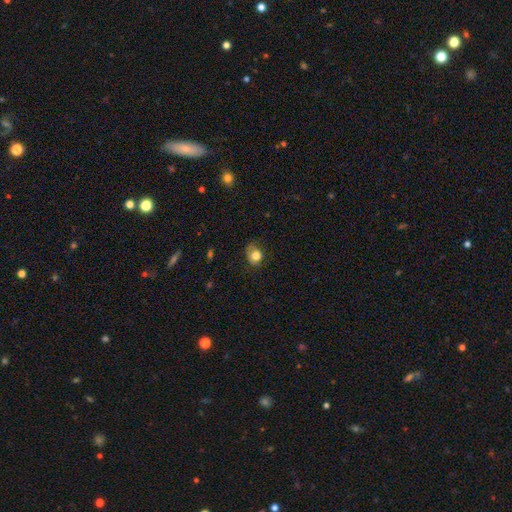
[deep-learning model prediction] Overall: smooth (78%). How rounded: round (62%; in between 37%). Merging: none (55%; minor disturbance 30%).